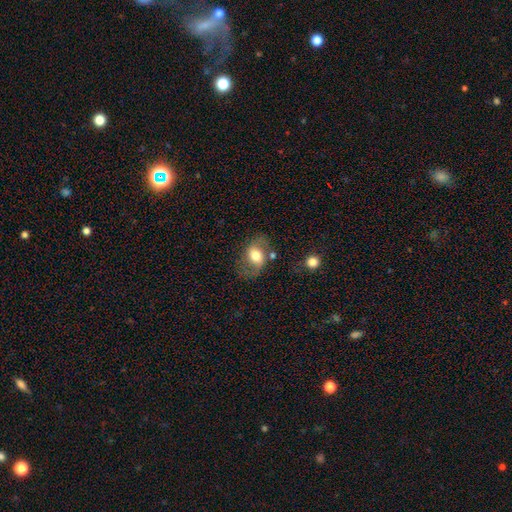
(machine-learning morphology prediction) Overall: smooth (58%; featured or disk 34%). How rounded: in between (74%). Merging: none (59%; minor disturbance 22%).